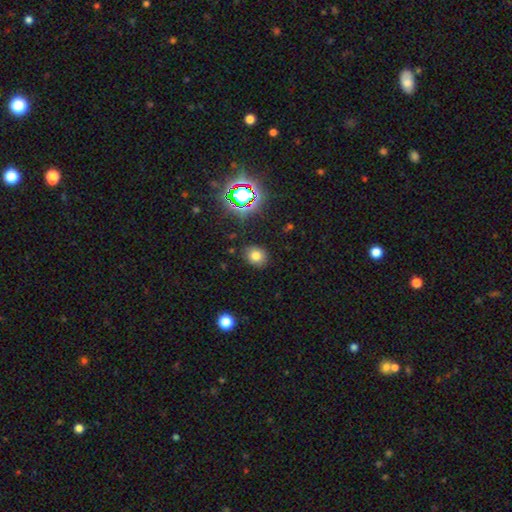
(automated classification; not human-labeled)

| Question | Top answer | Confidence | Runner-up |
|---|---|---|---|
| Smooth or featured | smooth | 75% | star or artifact (17%) |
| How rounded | round | 64% | in between (35%) |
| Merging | none | 85% | minor disturbance (10%) |